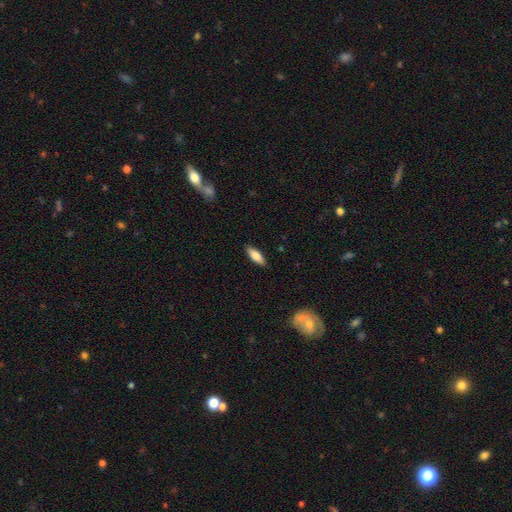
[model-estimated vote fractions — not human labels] smooth_or_featured: smooth (p=0.76) [alt: featured or disk p=0.17]
how_rounded: in between (p=0.62) [alt: cigar-shaped p=0.36]
merging: none (p=0.88) [alt: minor disturbance p=0.09]